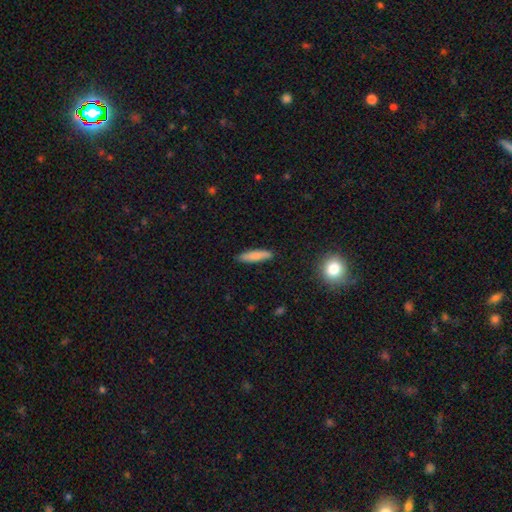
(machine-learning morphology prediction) Q: Smooth or featured?
A: smooth (81%); runner-up: featured or disk (12%)
Q: How rounded?
A: cigar-shaped (78%); runner-up: in between (20%)
Q: Merging?
A: none (86%); runner-up: minor disturbance (10%)